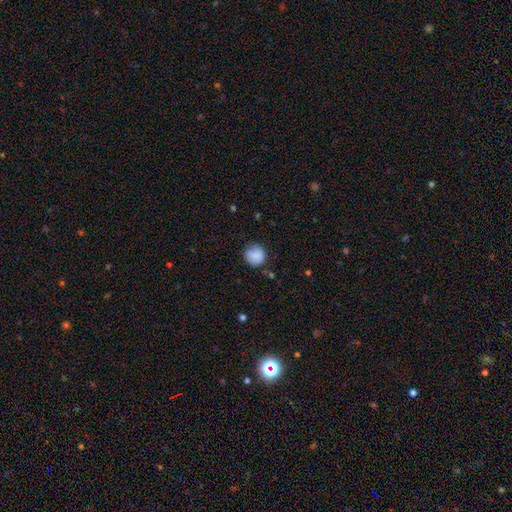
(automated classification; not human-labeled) Smooth or featured?
  - smooth: 85% *
  - star or artifact: 8%
  - featured or disk: 7%
How rounded?
  - round: 89% *
  - in between: 10%
  - cigar-shaped: 1%
Merging?
  - none: 75% *
  - minor disturbance: 18%
  - major disturbance: 4%
  - merger: 2%